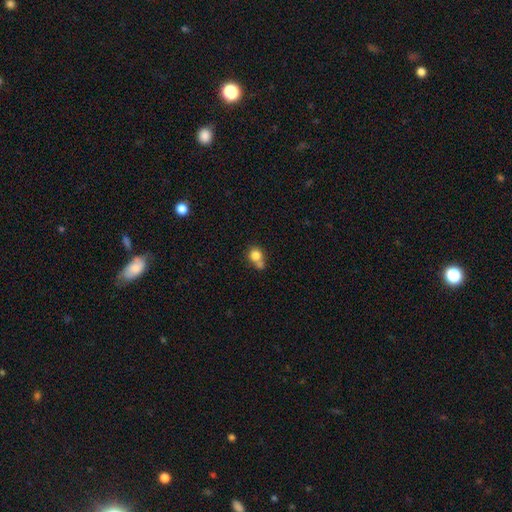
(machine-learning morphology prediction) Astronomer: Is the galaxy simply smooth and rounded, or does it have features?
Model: smooth — 80%.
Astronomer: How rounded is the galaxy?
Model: round — 80%.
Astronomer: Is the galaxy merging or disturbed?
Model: merger — 43% (runner-up: none, 41%).